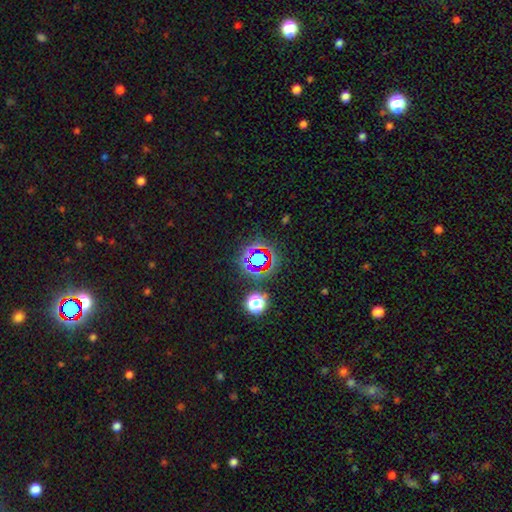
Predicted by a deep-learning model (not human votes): The model was most divided on "smooth or featured": star or artifact: 64%, smooth: 24%, featured or disk: 12%.